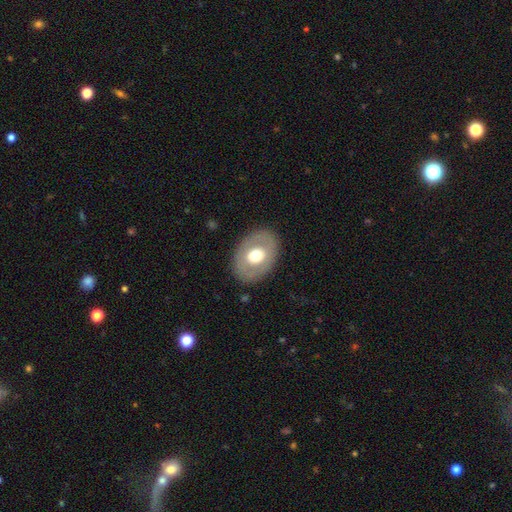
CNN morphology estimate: Smooth or featured? Predicted: smooth (p=0.53). How rounded? Predicted: in between (p=0.70). Merging? Predicted: none (p=0.84).